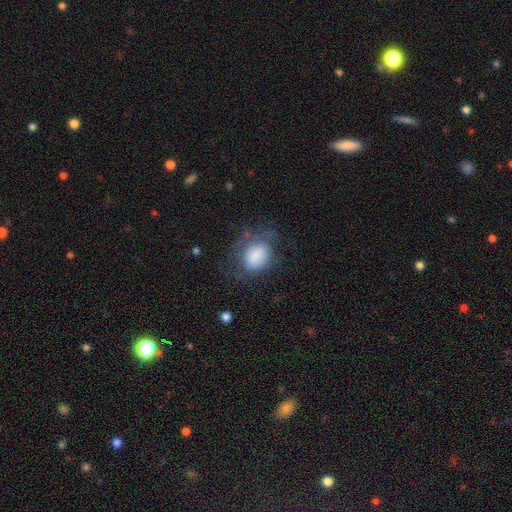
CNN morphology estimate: Smooth or featured? smooth (68%)
How rounded? in between (57%)
Merging? none (44%)